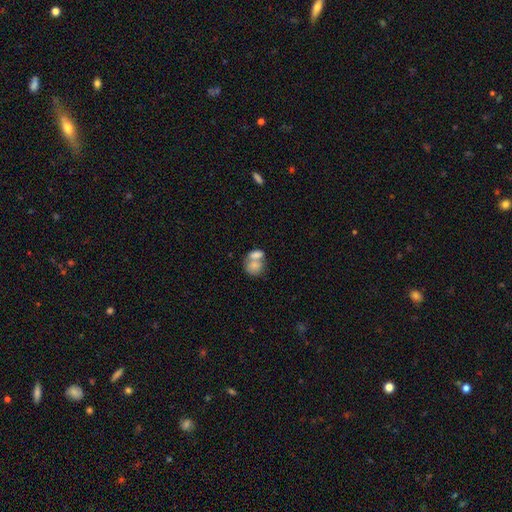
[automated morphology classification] Smooth or featured: smooth — 76% (featured or disk — 17%)
How rounded: in between — 53% (round — 46%)
Merging: merger — 66% (none — 22%)